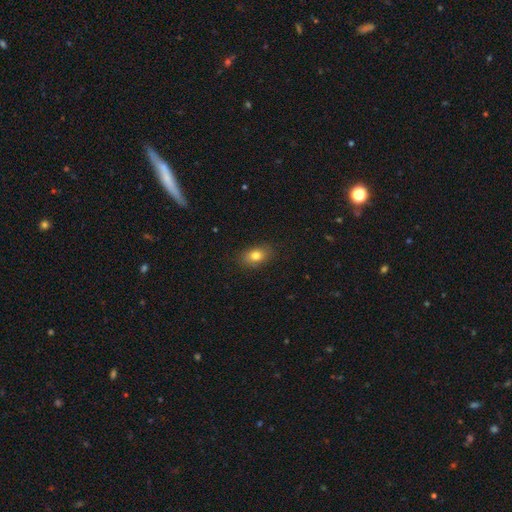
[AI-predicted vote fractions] Smooth or featured: smooth — 80% (featured or disk — 10%)
How rounded: in between — 79% (round — 19%)
Merging: none — 84% (minor disturbance — 12%)